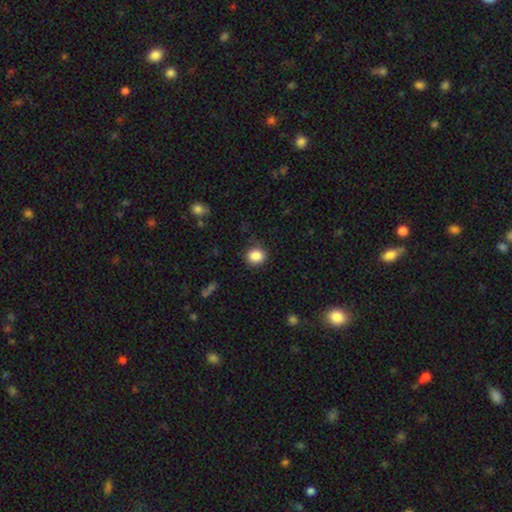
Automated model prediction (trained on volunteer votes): smooth 86%, star or artifact 10%, featured or disk 4%. Down the decision tree: how rounded — round (85%); merging — none (83%).